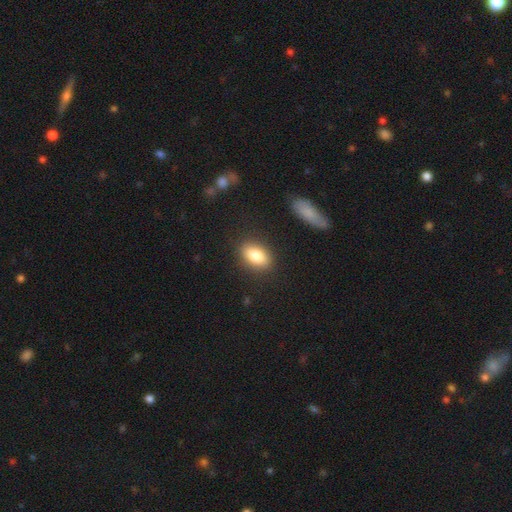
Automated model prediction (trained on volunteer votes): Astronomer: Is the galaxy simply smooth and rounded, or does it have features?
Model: smooth — 81%.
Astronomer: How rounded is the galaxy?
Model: in between — 85%.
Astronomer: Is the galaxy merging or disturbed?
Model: none — 85%.